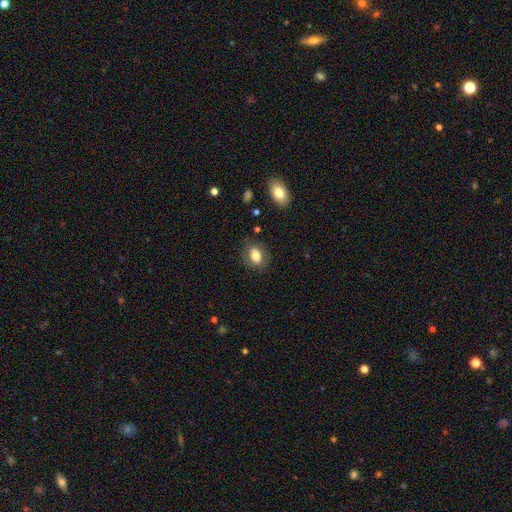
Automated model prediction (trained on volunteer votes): Smooth or featured? Predicted: smooth (p=0.77). How rounded? Predicted: in between (p=0.69). Merging? Predicted: none (p=0.82).